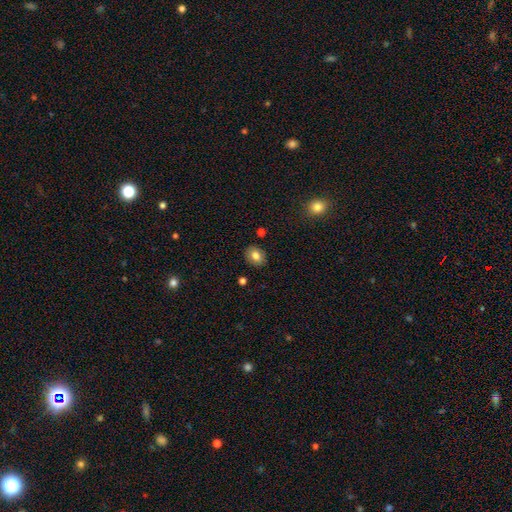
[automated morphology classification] This is likely a smooth galaxy (80%). How rounded: possibly in between (52%). Merging: clearly none (87%).